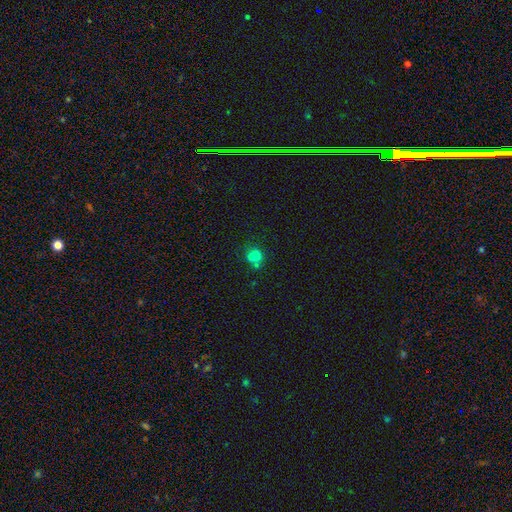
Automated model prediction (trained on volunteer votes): A smooth galaxy with no disk features (69%) that is round (75%).

Vote fractions:
- Smooth or featured? smooth: 69% / featured or disk: 15% / star or artifact: 15%
- How rounded? round: 75% / in between: 24% / cigar-shaped: 1%
- Merging? merger: 46% / none: 38% / minor disturbance: 10% / major disturbance: 5%